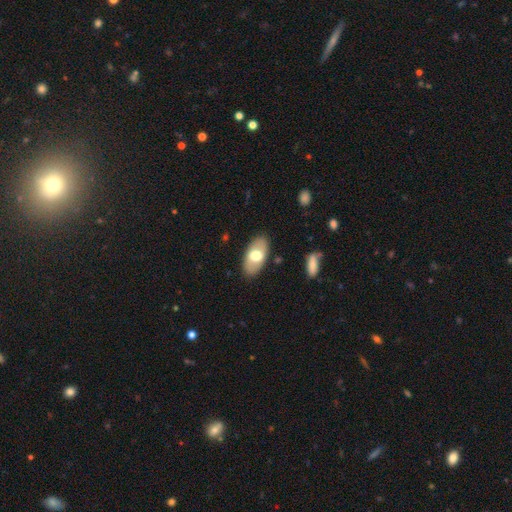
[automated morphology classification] The model was most divided on "smooth or featured": smooth: 63%, featured or disk: 32%, star or artifact: 6%. More confident: how rounded — in between (93%); merging — none (86%).